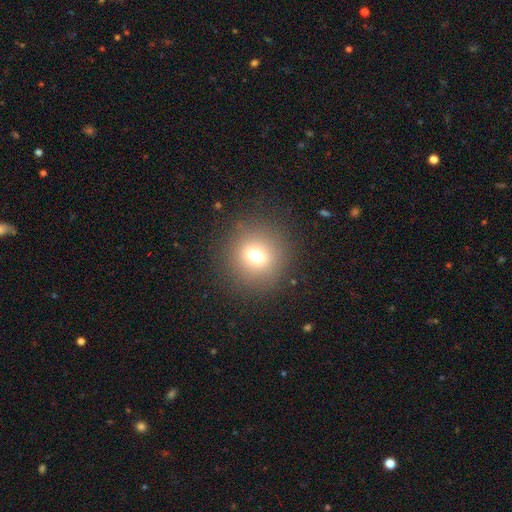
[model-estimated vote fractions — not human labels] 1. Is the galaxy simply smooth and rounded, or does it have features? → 69% smooth, 19% star or artifact, 12% featured or disk.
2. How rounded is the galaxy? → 90% round, 9% in between, 1% cigar-shaped.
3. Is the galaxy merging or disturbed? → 87% none, 7% minor disturbance, 5% major disturbance, 2% merger.